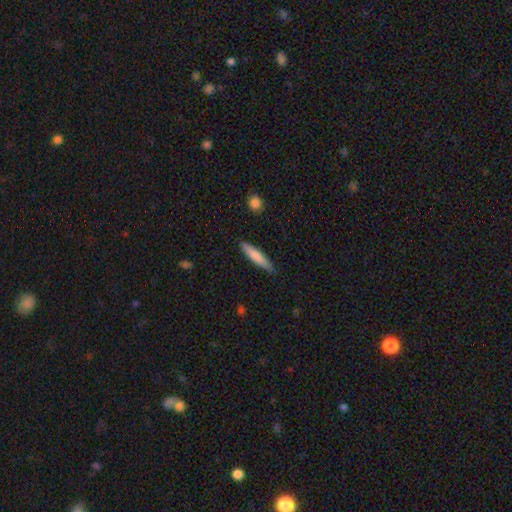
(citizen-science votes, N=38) This is likely a smooth galaxy (79%). How rounded: clearly cigar-shaped (90%). Merging: clearly none (92%).